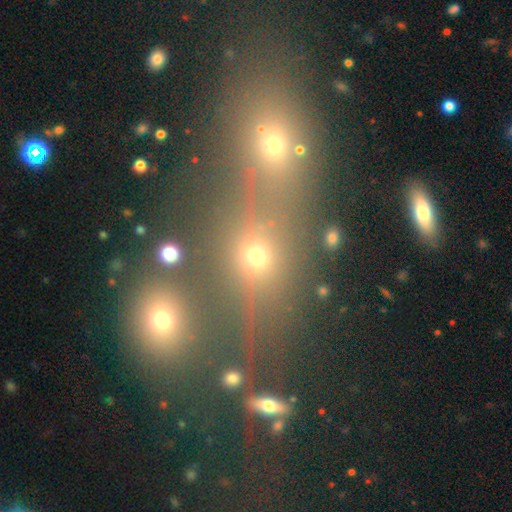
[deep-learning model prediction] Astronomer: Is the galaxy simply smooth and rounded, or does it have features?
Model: smooth — 61%.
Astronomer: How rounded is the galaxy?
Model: round — 70%.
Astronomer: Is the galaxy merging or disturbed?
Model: none — 57%.